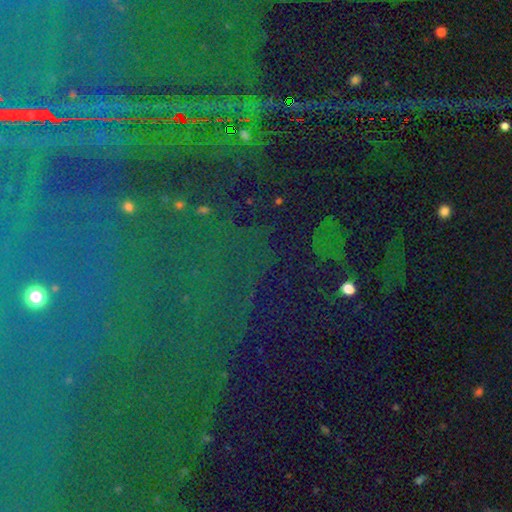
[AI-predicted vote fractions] smooth_or_featured: star or artifact (p=0.84) [alt: smooth p=0.09]